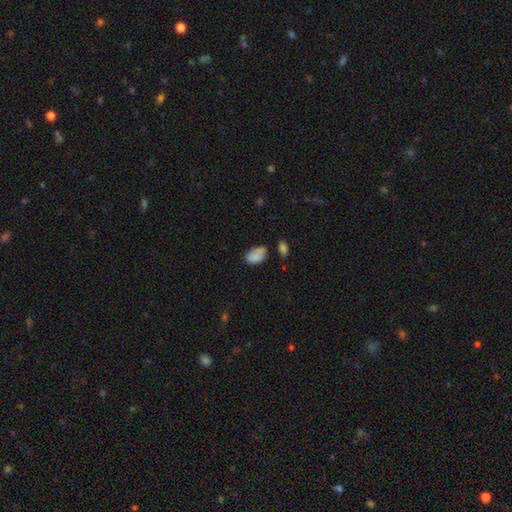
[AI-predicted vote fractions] Morphology: type=smooth (84%); roundness=in between (91%); merging=none (54%).